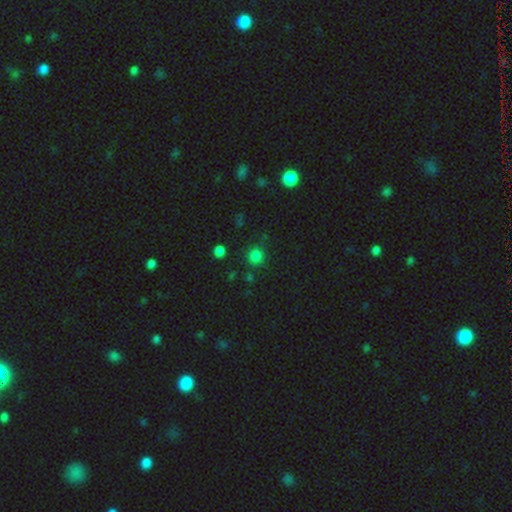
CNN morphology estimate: Smooth or featured?
  - smooth: 78% *
  - star or artifact: 17%
  - featured or disk: 4%
How rounded?
  - round: 91% *
  - in between: 8%
  - cigar-shaped: 1%
Merging?
  - none: 85% *
  - minor disturbance: 9%
  - major disturbance: 3%
  - merger: 3%